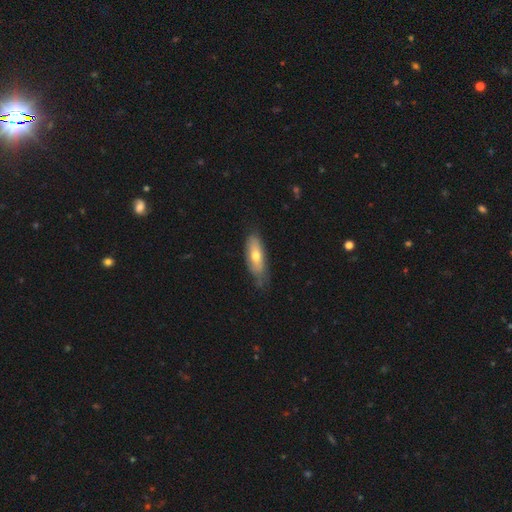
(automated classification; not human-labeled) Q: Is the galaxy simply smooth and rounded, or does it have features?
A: smooth — 64%.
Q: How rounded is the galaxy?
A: in between — 67%.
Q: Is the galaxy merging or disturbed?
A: none — 61%.